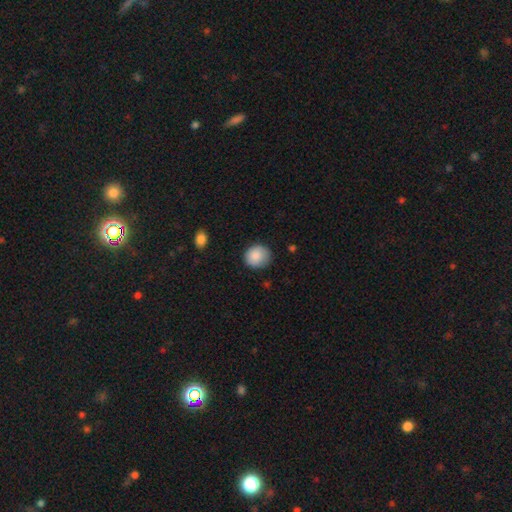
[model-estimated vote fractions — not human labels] The model was most divided on "how rounded": round: 80%, in between: 20%, cigar-shaped: 1%. More confident: smooth or featured — smooth (88%); merging — none (80%).